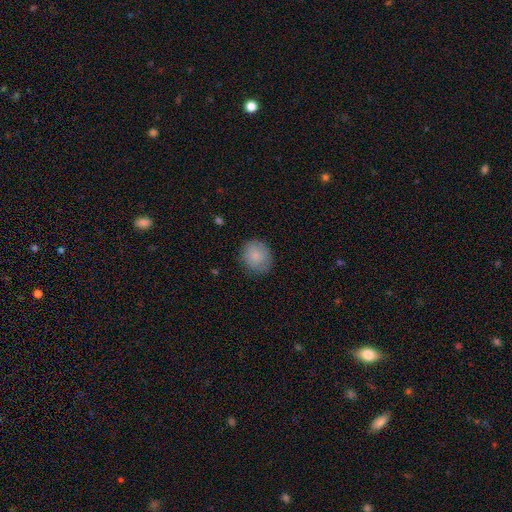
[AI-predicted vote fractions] This is clearly a smooth galaxy (82%). How rounded: likely round (75%). Merging: likely none (79%).